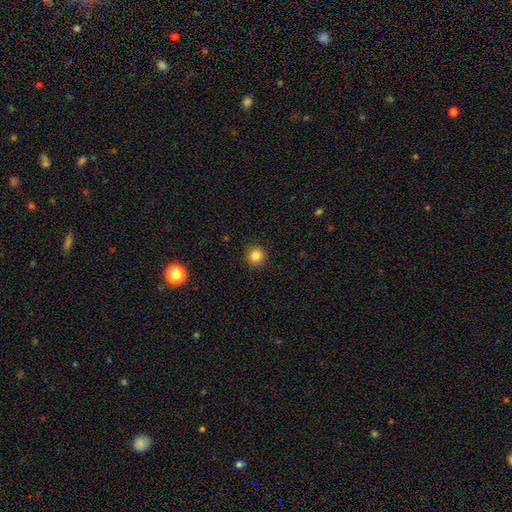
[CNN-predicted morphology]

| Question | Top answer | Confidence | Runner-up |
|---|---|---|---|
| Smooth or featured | smooth | 83% | star or artifact (12%) |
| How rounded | round | 93% | in between (6%) |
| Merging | none | 91% | minor disturbance (6%) |